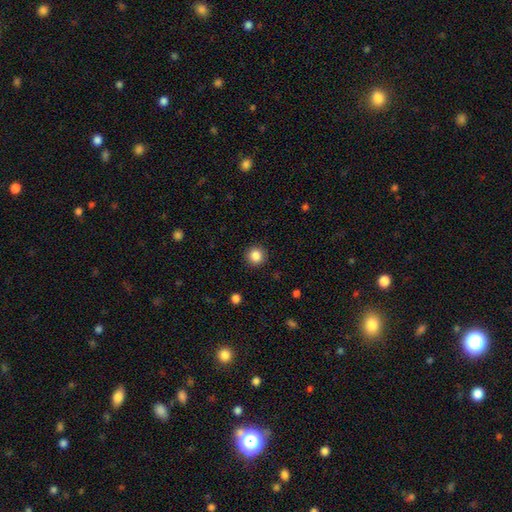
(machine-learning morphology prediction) smooth 86%, star or artifact 10%, featured or disk 4%. Down the decision tree: how rounded — round (95%); merging — none (92%).